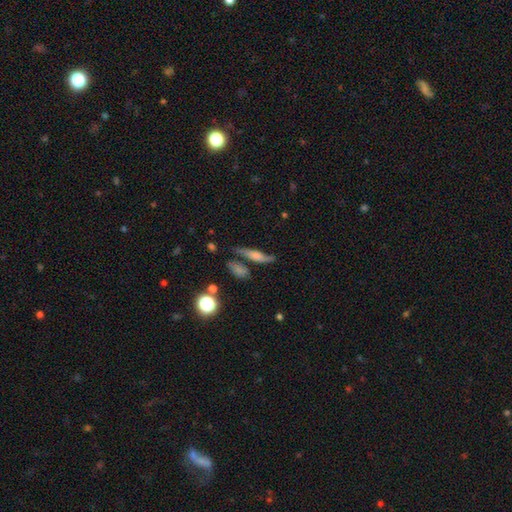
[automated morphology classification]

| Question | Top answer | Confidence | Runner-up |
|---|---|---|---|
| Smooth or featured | smooth | 47% | featured or disk (42%) |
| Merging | none | 53% | minor disturbance (22%) |